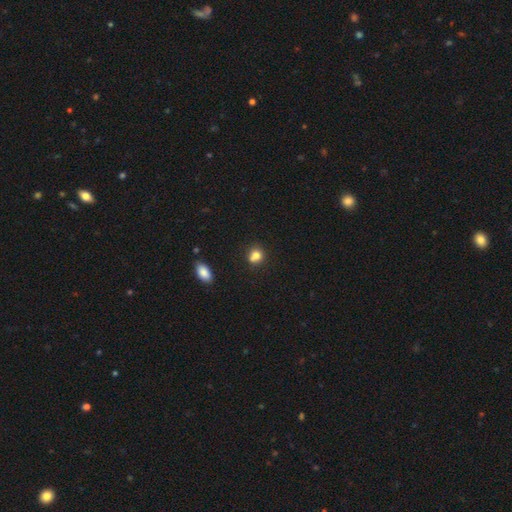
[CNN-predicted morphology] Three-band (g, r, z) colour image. It shows a smooth galaxy with no disk features (79%) that is round (75%). Merging: none (57%).